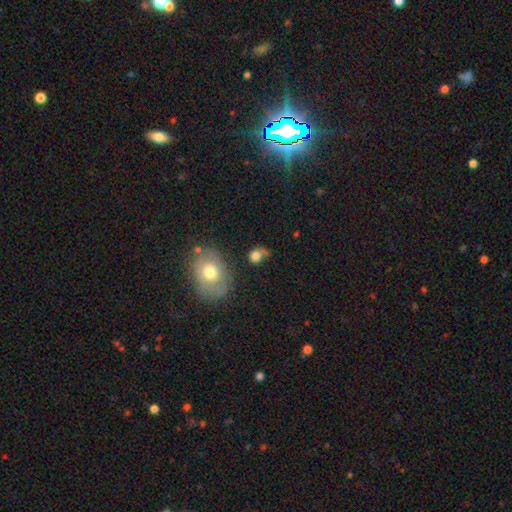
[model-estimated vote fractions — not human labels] smooth 73%, featured or disk 16%, star or artifact 11%. Down the decision tree: how rounded — round (61%); merging — none (40%).